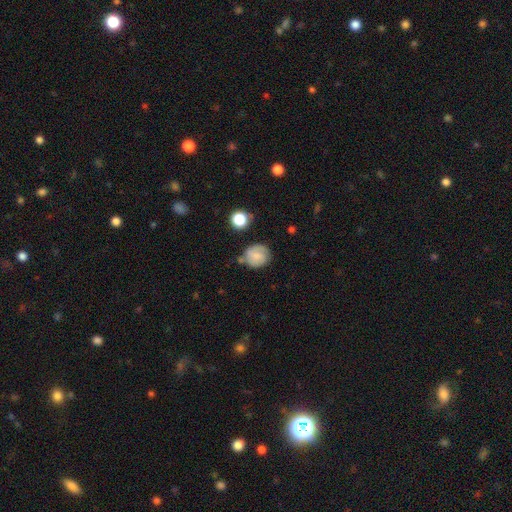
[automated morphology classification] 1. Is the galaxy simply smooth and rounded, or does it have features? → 53% smooth, 37% featured or disk, 9% star or artifact.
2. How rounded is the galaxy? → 78% round, 21% in between, 1% cigar-shaped.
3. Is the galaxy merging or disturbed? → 62% none, 23% minor disturbance, 8% merger, 8% major disturbance.